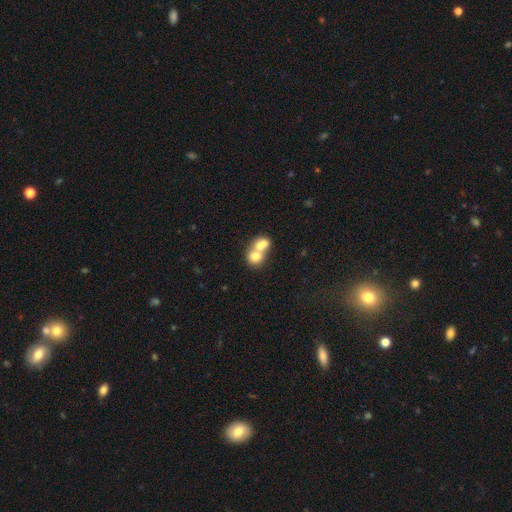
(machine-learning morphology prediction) A smooth galaxy with no disk features (69%) that is round (67%).

Vote fractions:
- Smooth or featured? smooth: 69% / featured or disk: 22% / star or artifact: 9%
- How rounded? round: 67% / in between: 32% / cigar-shaped: 1%
- Merging? merger: 73% / none: 20% / minor disturbance: 4% / major disturbance: 3%